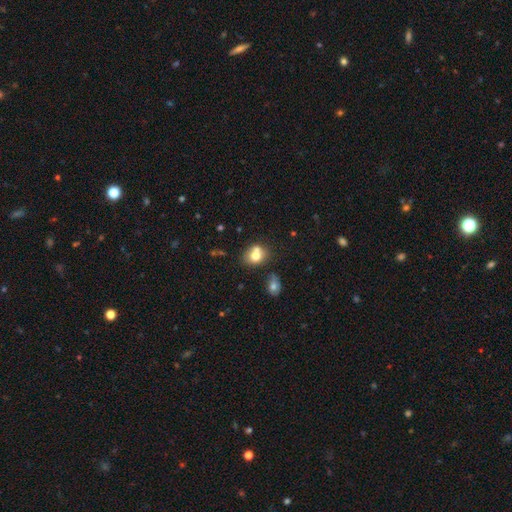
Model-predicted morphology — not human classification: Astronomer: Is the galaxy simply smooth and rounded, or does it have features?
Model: smooth — 73%.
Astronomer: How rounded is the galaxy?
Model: round — 58% (runner-up: in between, 41%).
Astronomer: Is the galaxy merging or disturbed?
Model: none — 44% (runner-up: merger, 37%).